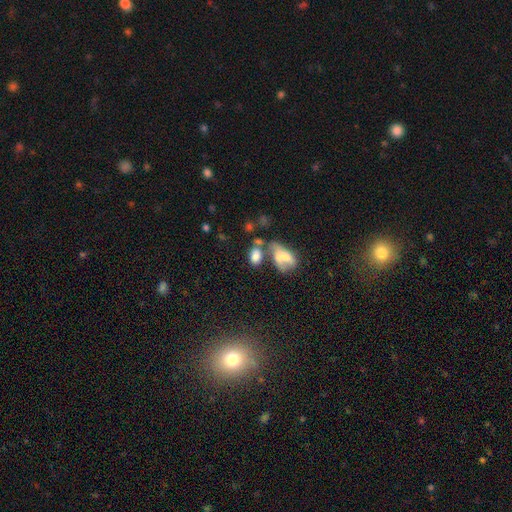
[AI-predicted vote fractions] Smooth or featured? Predicted: smooth (p=0.75). How rounded? Predicted: in between (p=0.84). Merging? Predicted: merger (p=0.44).